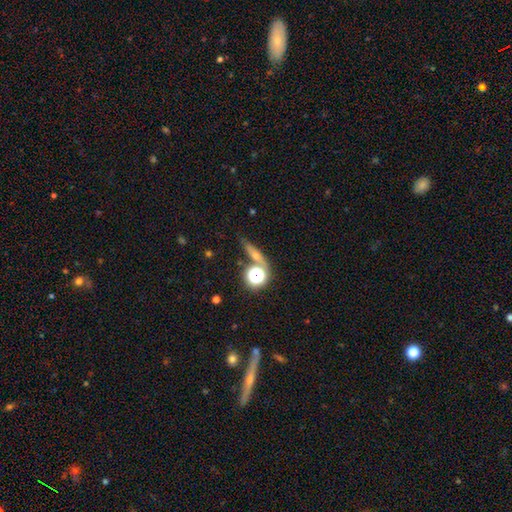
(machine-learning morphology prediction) Smooth or featured: star or artifact — 38% (smooth — 36%)